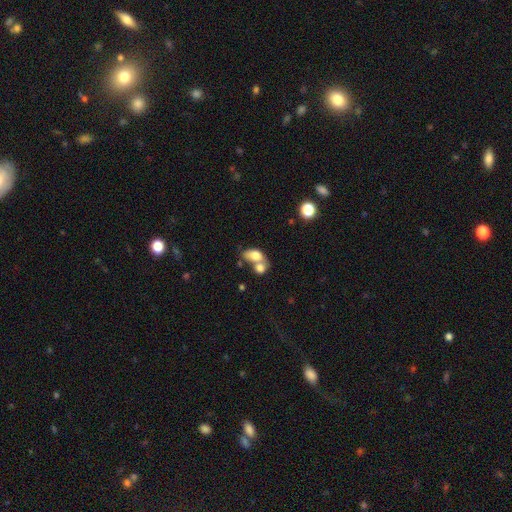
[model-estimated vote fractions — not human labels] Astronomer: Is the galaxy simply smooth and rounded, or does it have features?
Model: smooth — 73%.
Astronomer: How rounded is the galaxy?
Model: in between — 81%.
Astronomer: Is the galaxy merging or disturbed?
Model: merger — 63%.